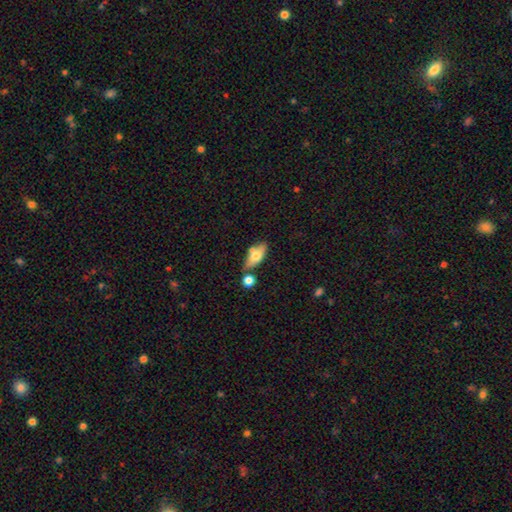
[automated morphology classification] smooth-or-featured: smooth: 66% | featured or disk: 27% | star or artifact: 7%
  how-rounded: in between: 76% | cigar-shaped: 20% | round: 4%
  merging: none: 62% | merger: 18% | minor disturbance: 16% | major disturbance: 5%